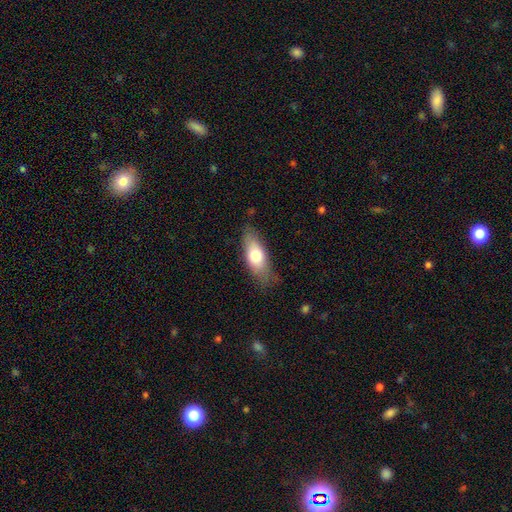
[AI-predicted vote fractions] Smooth or featured? Predicted: smooth (p=0.70). How rounded? Predicted: in between (p=0.71). Merging? Predicted: none (p=0.75).